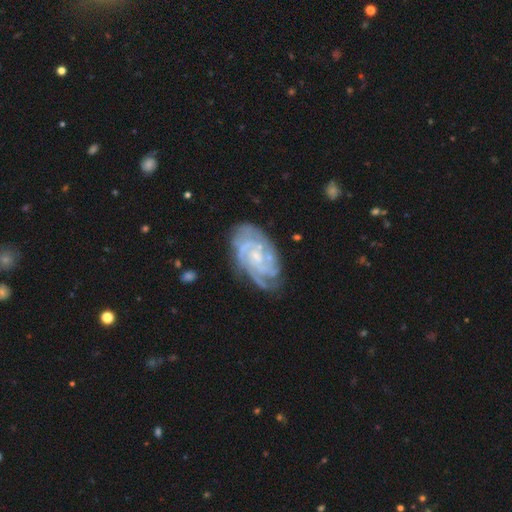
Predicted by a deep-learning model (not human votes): Smooth or featured?
  - featured or disk: 86% *
  - smooth: 8%
  - star or artifact: 6%
Edge-on disk?
  - no: 96% *
  - yes: 4%
Bar?
  - no: 60% *
  - weak: 32%
  - strong: 8%
Spiral arms?
  - yes: 97% *
  - no: 3%
Spiral winding?
  - tight: 72% *
  - medium: 24%
  - loose: 4%
Spiral arm count?
  - can't tell: 28% *
  - 3: 23%
  - 4: 18%
  - 2: 17%
  - more than 4: 7%
  - 1: 6%
Bulge size?
  - small: 60% *
  - moderate: 29%
  - none: 9%
  - large: 2%
  - dominant: 1%
Merging?
  - none: 74% *
  - minor disturbance: 18%
  - major disturbance: 6%
  - merger: 2%